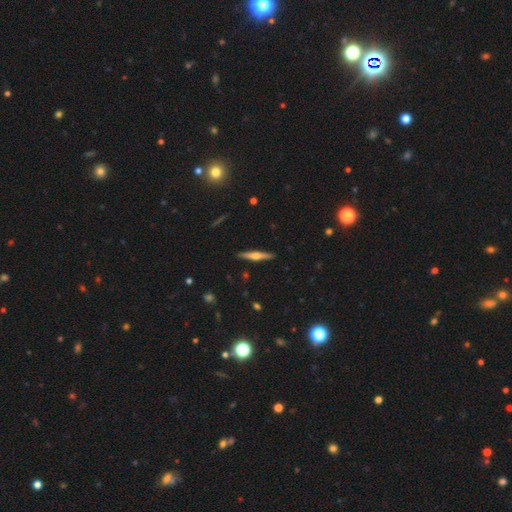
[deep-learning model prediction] This appears to be a featured or disk galaxy (64%) viewed edge-on (97%) with a rounded central bulge (88%). Merging: none (91%).